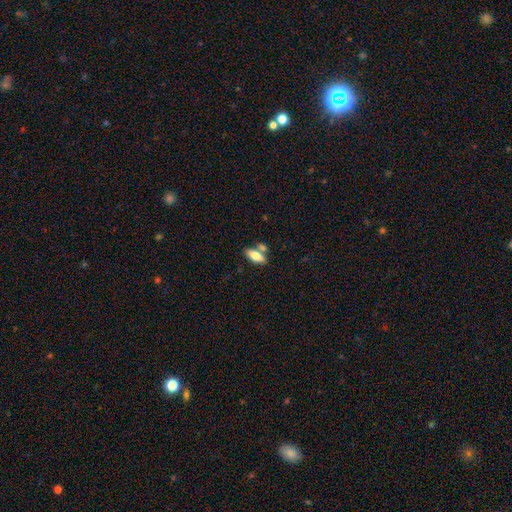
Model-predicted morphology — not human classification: smooth-or-featured: smooth: 72% | featured or disk: 22% | star or artifact: 7%
  how-rounded: in between: 78% | cigar-shaped: 19% | round: 3%
  merging: none: 59% | merger: 27% | minor disturbance: 11% | major disturbance: 3%